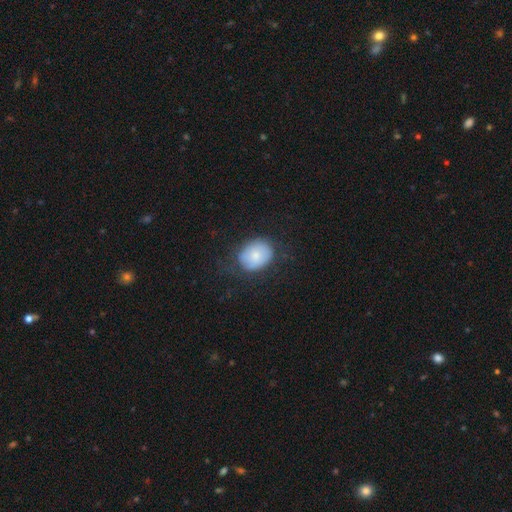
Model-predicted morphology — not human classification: Q: Smooth or featured?
A: smooth (77%); runner-up: featured or disk (16%)
Q: How rounded?
A: in between (56%); runner-up: round (43%)
Q: Merging?
A: none (64%); runner-up: minor disturbance (23%)